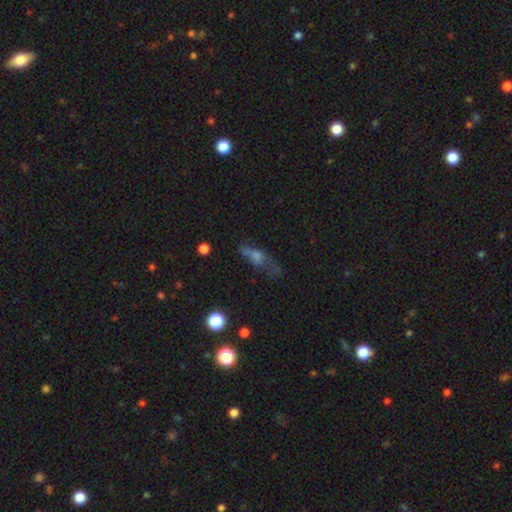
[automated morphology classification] The model was most divided on "smooth or featured": smooth: 43%, featured or disk: 35%, star or artifact: 22%. Remaining: merging — none (48%).